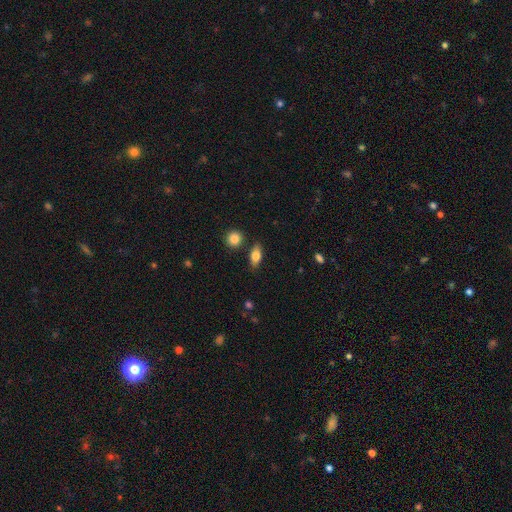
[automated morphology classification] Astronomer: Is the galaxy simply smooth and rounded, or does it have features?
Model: smooth — 77%.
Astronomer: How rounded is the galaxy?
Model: in between — 80%.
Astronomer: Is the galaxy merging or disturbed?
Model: none — 82%.